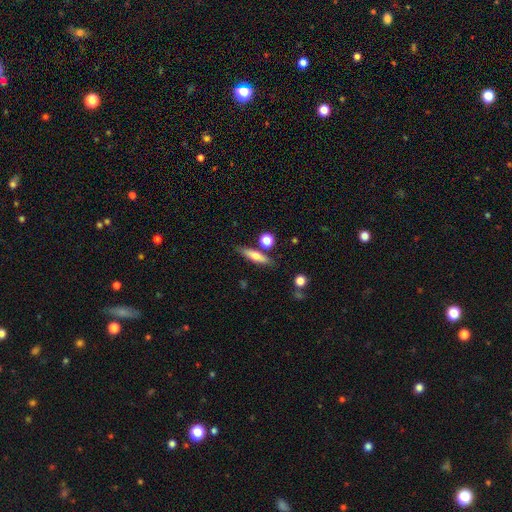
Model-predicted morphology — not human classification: Q: Smooth or featured?
A: smooth (65%); runner-up: featured or disk (28%)
Q: How rounded?
A: cigar-shaped (69%); runner-up: in between (27%)
Q: Merging?
A: none (78%); runner-up: minor disturbance (11%)